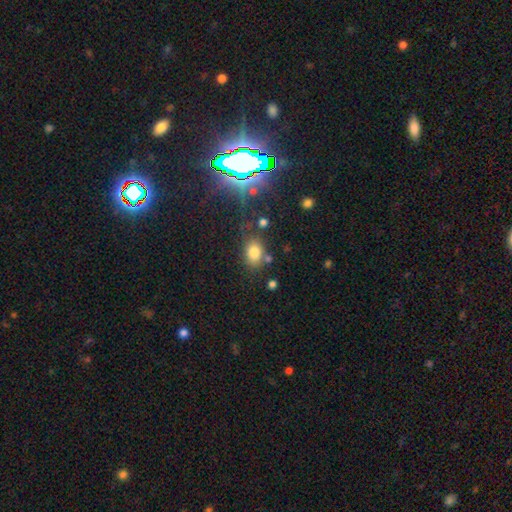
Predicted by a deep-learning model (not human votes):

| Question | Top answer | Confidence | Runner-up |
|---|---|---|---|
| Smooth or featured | smooth | 75% | star or artifact (16%) |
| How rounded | in between | 75% | round (24%) |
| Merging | none | 72% | minor disturbance (14%) |